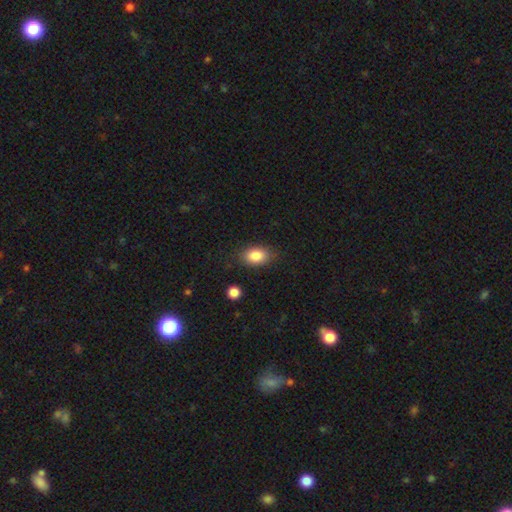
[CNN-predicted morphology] Smooth or featured? smooth (85%)
How rounded? in between (86%)
Merging? none (83%)